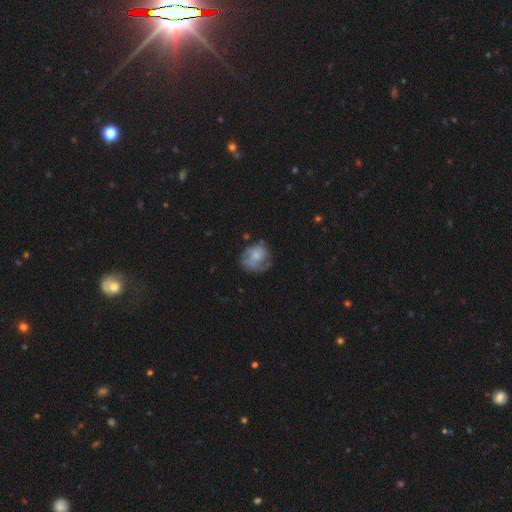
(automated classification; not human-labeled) smooth 55%, featured or disk 37%, star or artifact 8%. Down the decision tree: how rounded — round (70%); merging — none (49%).